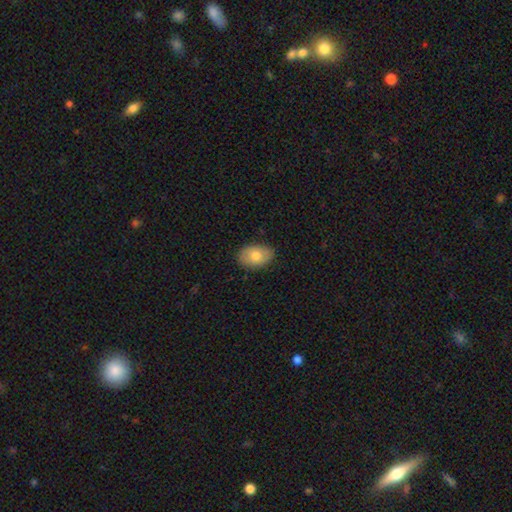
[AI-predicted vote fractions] This appears to be a smooth galaxy with no disk features (77%) that is in between round and cigar-shaped (88%). Merging: none (85%).